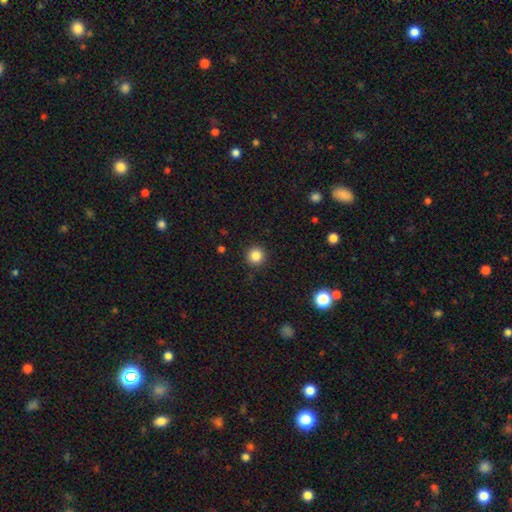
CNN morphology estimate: smooth-or-featured: smooth: 85% | star or artifact: 11% | featured or disk: 4%
  how-rounded: round: 95% | in between: 4% | cigar-shaped: 1%
  merging: none: 92% | minor disturbance: 5% | major disturbance: 2% | merger: 1%